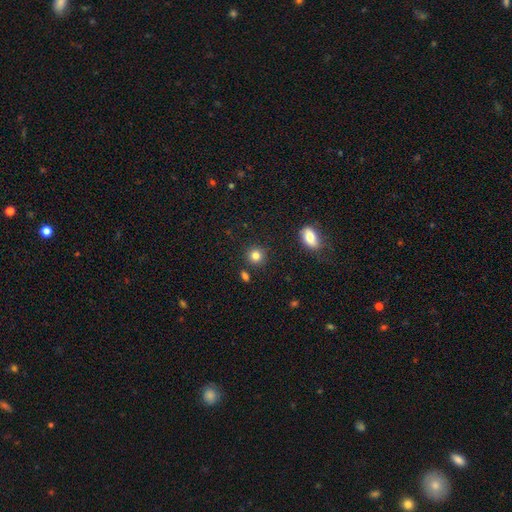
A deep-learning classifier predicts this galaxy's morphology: Smooth or featured: smooth — 84% (star or artifact — 10%)
How rounded: round — 90% (in between — 9%)
Merging: none — 88% (minor disturbance — 7%)